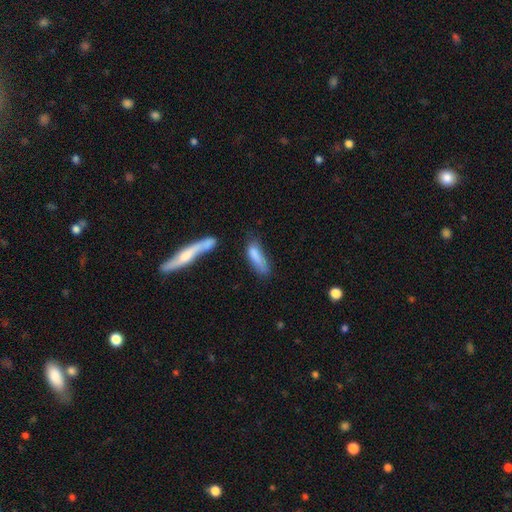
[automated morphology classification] Smooth or featured: smooth — 78% (featured or disk — 15%)
How rounded: cigar-shaped — 61% (in between — 37%)
Merging: none — 33% (merger — 25%)